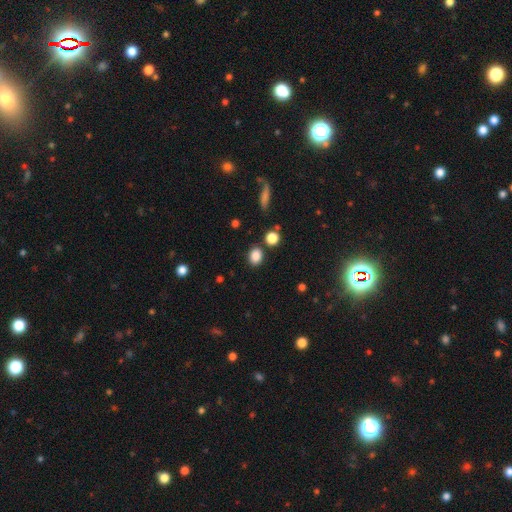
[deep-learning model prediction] Smooth or featured? smooth (86%)
How rounded? in between (54%)
Merging? none (81%)